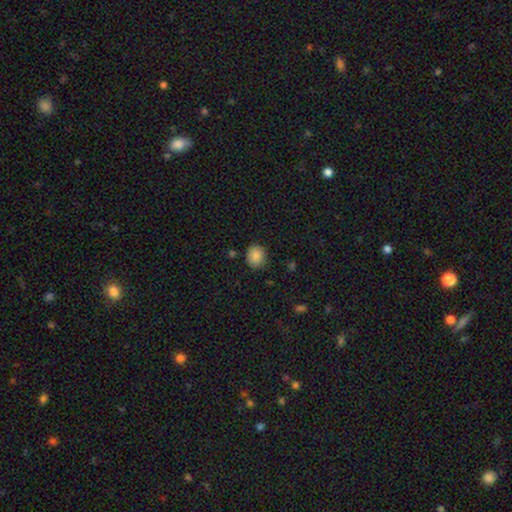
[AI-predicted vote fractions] Smooth or featured? smooth (87%)
How rounded? round (73%)
Merging? none (84%)